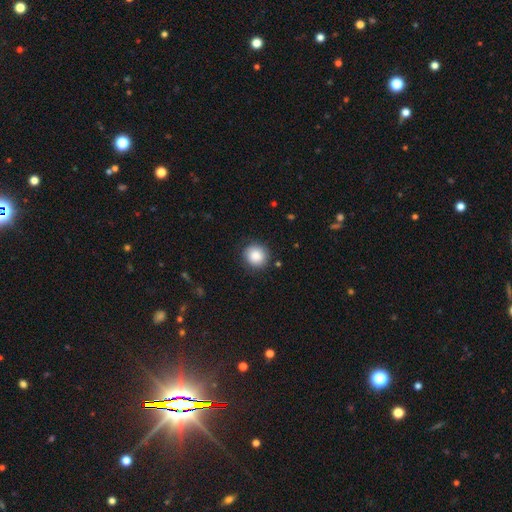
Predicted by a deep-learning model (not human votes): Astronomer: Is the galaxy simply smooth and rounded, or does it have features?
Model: smooth — 87%.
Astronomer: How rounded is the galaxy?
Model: round — 90%.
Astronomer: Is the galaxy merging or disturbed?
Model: none — 86%.